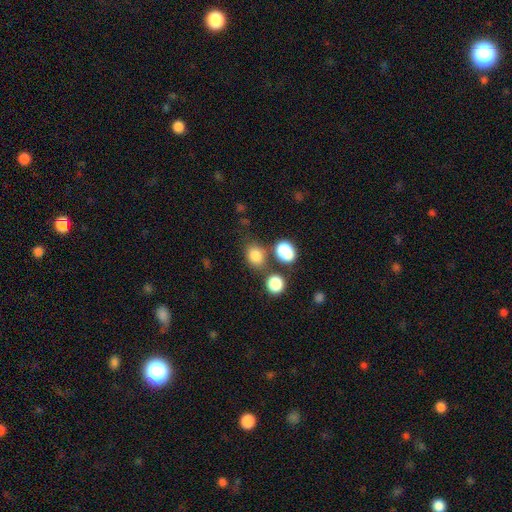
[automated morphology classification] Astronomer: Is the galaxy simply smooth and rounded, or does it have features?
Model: smooth — 81%.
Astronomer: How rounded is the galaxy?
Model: round — 54% (runner-up: in between, 45%).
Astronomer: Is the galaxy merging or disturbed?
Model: none — 62%.